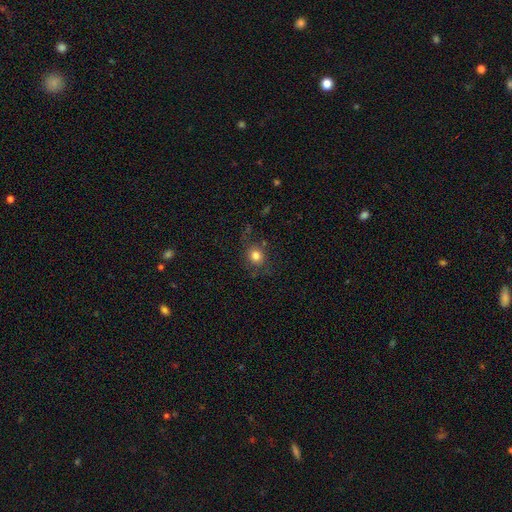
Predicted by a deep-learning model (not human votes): smooth 80%, star or artifact 12%, featured or disk 8%. Down the decision tree: how rounded — round (78%); merging — none (75%).